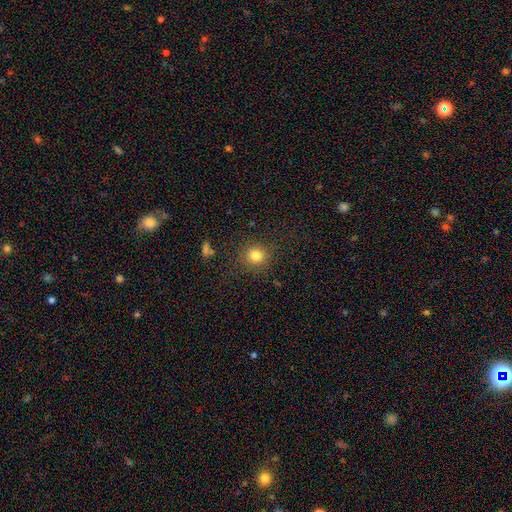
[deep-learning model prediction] Smooth or featured? Predicted: smooth (p=0.81). How rounded? Predicted: round (p=0.90). Merging? Predicted: none (p=0.87).